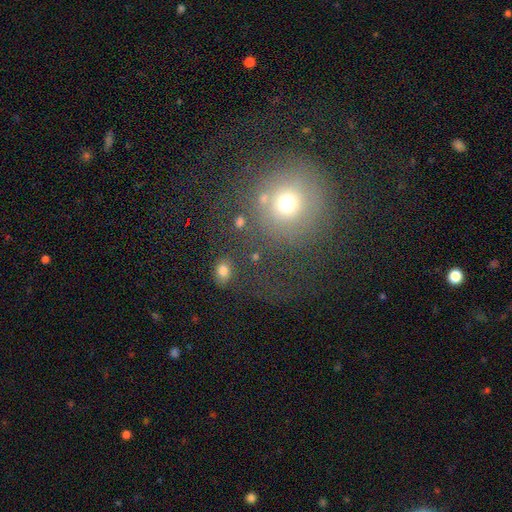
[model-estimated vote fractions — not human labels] Morphology: type=smooth (64%); roundness=round (81%); merging=none (59%).